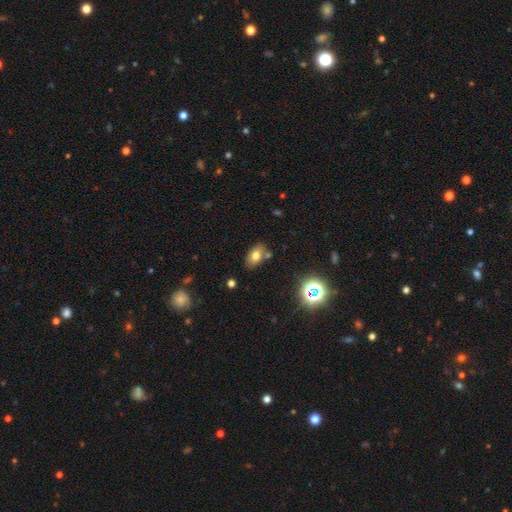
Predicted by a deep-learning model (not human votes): Smooth or featured?
  - smooth: 71% *
  - featured or disk: 16%
  - star or artifact: 13%
How rounded?
  - in between: 88% *
  - round: 10%
  - cigar-shaped: 2%
Merging?
  - none: 74% *
  - minor disturbance: 13%
  - merger: 10%
  - major disturbance: 3%